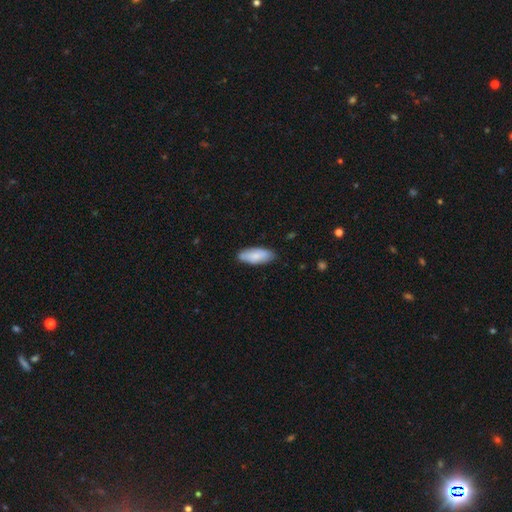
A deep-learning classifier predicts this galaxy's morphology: smooth_or_featured: smooth (p=0.84) [alt: featured or disk p=0.10]
how_rounded: in between (p=0.78) [alt: cigar-shaped p=0.20]
merging: none (p=0.84) [alt: minor disturbance p=0.13]